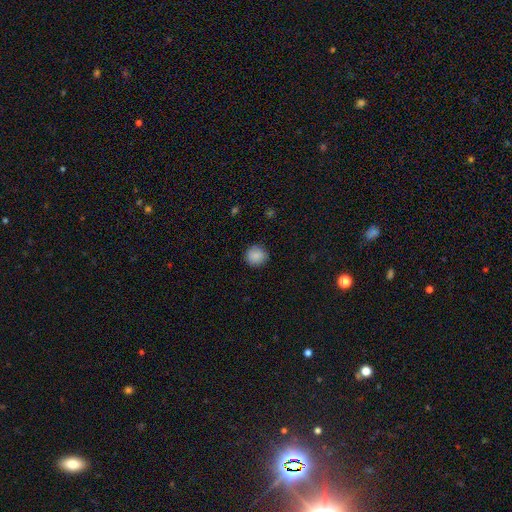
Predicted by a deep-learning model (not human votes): smooth 87%, star or artifact 9%, featured or disk 4%. Down the decision tree: how rounded — round (93%); merging — none (89%).